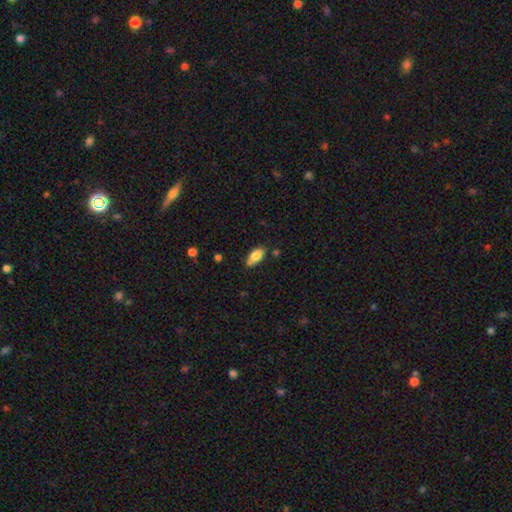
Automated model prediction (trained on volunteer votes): This is likely a smooth galaxy (79%). How rounded: clearly in between (89%). Merging: likely none (70%).